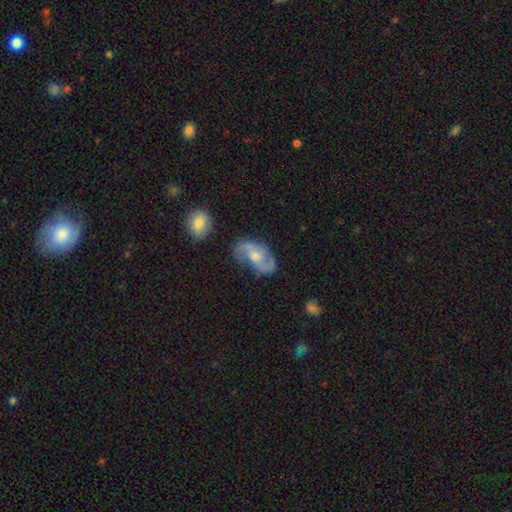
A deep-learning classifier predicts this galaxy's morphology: This appears to be a featured or disk galaxy (75%) with no bar (54%), 2 (86%) medium (48%) spiral arms (91%) and a moderate central bulge (55%). Merging: none (67%).